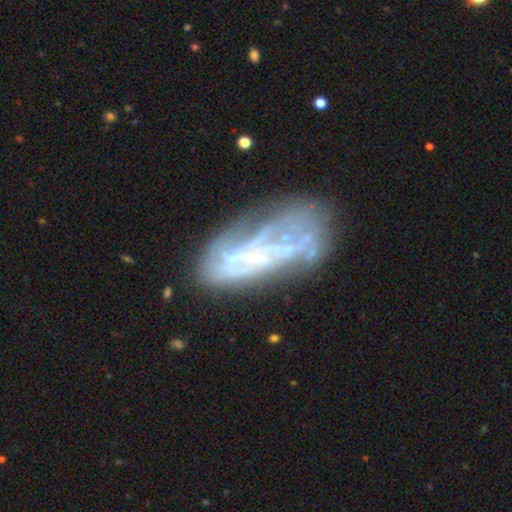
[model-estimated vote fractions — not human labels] Smooth or featured: featured or disk — 66% (smooth — 21%)
Edge-on disk: no — 86% (yes — 14%)
Bar: no — 67% (weak — 18%)
Spiral arms: no — 72% (yes — 28%)
Bulge size: none — 61% (small — 26%)
Merging: none — 43% (major disturbance — 25%)